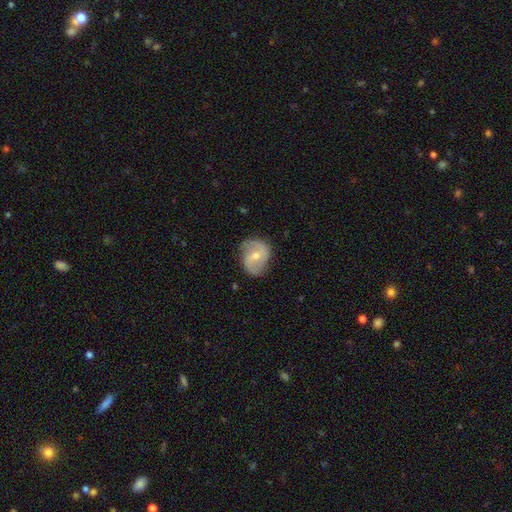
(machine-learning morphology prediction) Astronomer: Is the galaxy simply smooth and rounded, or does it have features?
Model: featured or disk — 64%.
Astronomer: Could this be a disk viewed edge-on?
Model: no — 97%.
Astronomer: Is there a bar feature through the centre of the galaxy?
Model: weak — 49% (runner-up: no, 35%).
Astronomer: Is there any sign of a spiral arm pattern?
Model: yes — 85%.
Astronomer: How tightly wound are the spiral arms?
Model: medium — 43% (runner-up: loose, 39%).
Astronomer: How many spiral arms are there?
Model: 2 — 83%.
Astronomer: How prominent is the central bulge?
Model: moderate — 56% (runner-up: small, 39%).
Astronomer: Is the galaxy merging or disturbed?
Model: none — 69%.